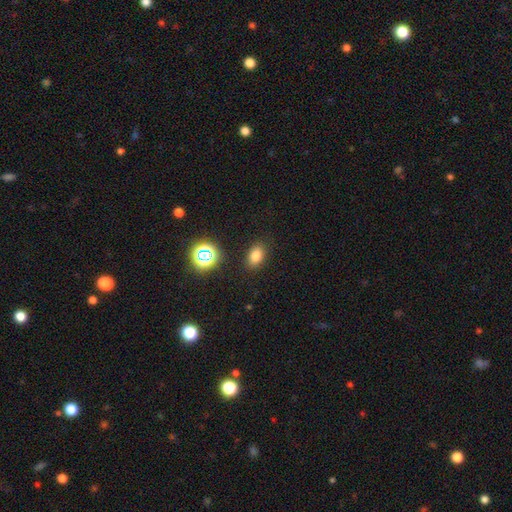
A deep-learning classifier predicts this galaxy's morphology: Smooth or featured?
  - smooth: 78% *
  - star or artifact: 15%
  - featured or disk: 7%
How rounded?
  - in between: 82% *
  - round: 16%
  - cigar-shaped: 2%
Merging?
  - none: 86% *
  - minor disturbance: 9%
  - major disturbance: 3%
  - merger: 2%